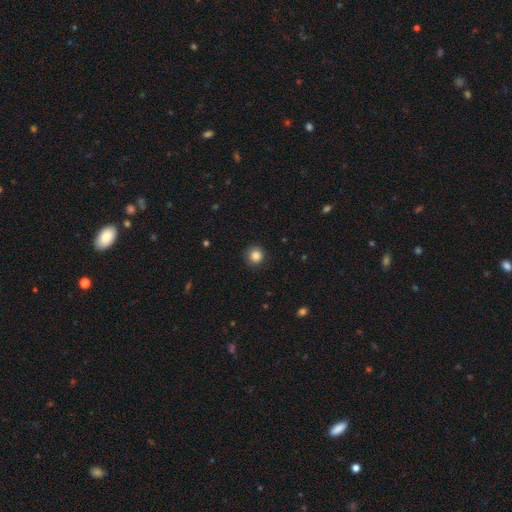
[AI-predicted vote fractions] Smooth or featured? smooth (85%)
How rounded? round (94%)
Merging? none (87%)